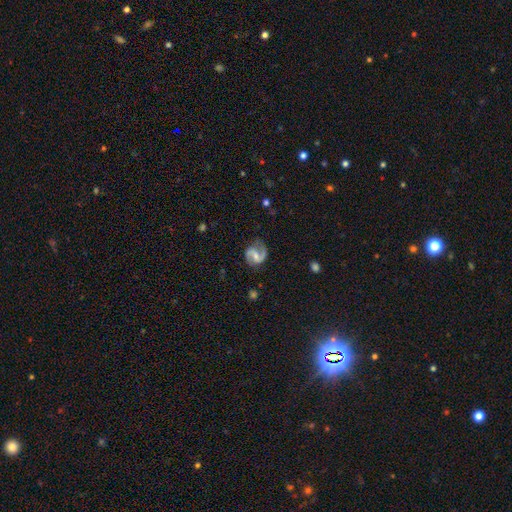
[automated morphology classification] This appears to be a featured or disk galaxy (88%) with a weak bar (51%), 2 (89%) medium (55%) spiral arms (97%) and a small central bulge (49%). Merging: none (75%).